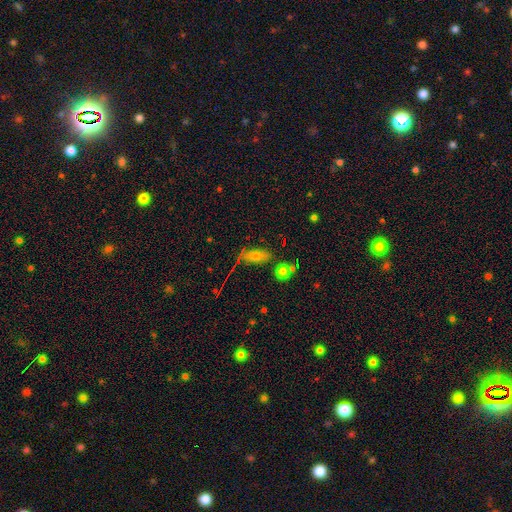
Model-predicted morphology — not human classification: The model was most divided on "merging": none: 72%, minor disturbance: 17%, merger: 6%, major disturbance: 5%. More confident: how rounded — in between (77%); smooth or featured — smooth (74%).